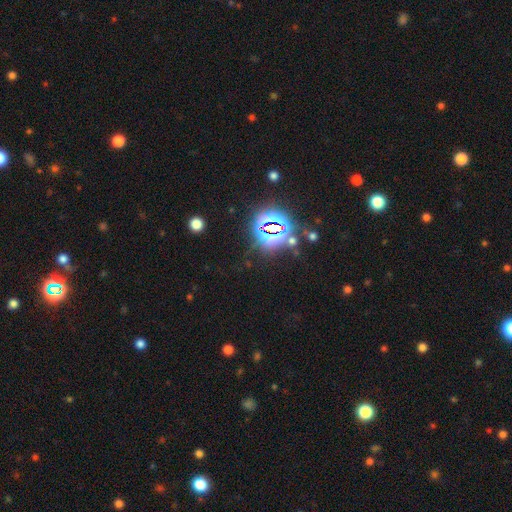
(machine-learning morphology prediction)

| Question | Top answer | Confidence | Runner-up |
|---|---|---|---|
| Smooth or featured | star or artifact | 82% | smooth (11%) |